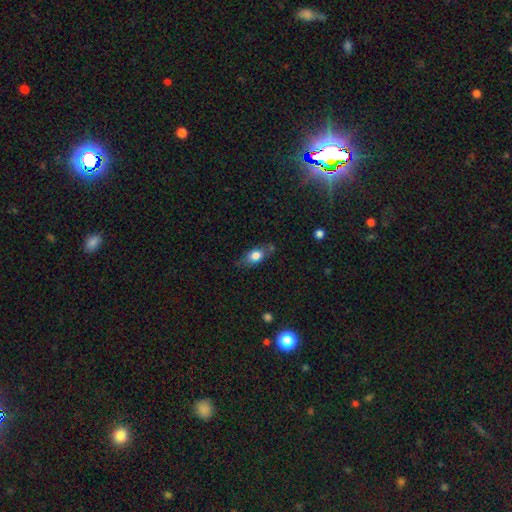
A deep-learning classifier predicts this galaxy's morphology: smooth 73%, featured or disk 18%, star or artifact 9%. Down the decision tree: how rounded — in between (76%); merging — none (68%).